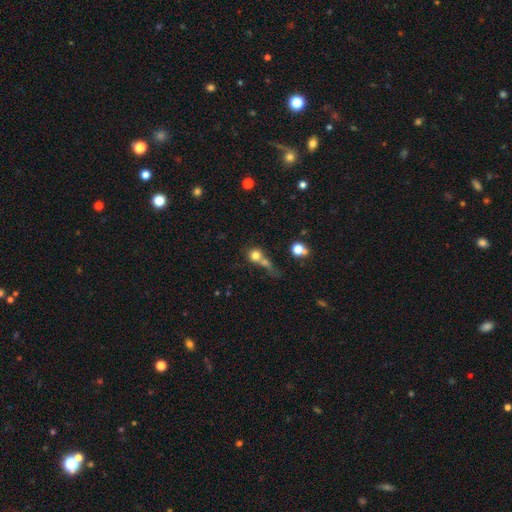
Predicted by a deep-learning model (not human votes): smooth 71%, star or artifact 14%, featured or disk 14%. Down the decision tree: how rounded — round (83%); merging — merger (48%).